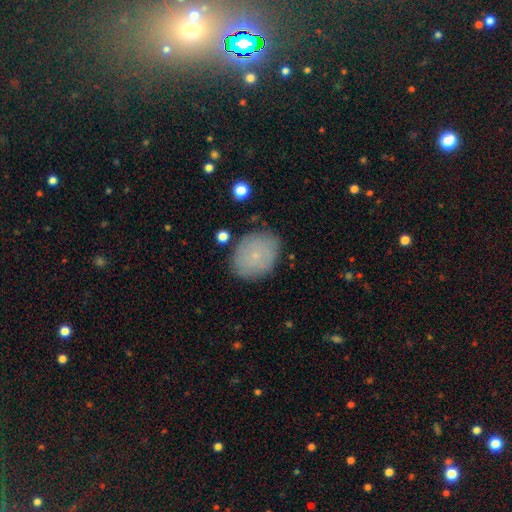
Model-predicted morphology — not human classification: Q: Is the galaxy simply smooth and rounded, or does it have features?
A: smooth — 74%.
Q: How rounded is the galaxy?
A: in between — 54%.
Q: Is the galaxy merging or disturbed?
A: none — 81%.